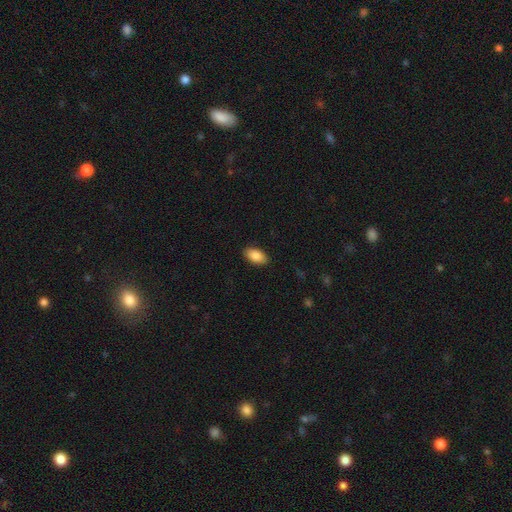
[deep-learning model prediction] Smooth or featured? smooth (89%)
How rounded? in between (94%)
Merging? none (89%)